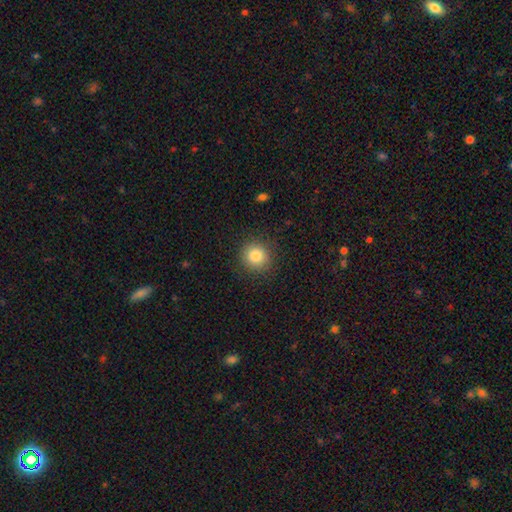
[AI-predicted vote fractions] Smooth or featured? smooth (84%)
How rounded? round (90%)
Merging? none (88%)